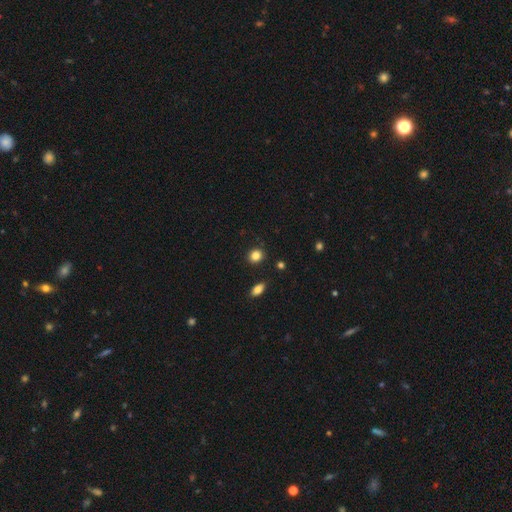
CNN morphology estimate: Q: Smooth or featured?
A: smooth (85%); runner-up: star or artifact (11%)
Q: How rounded?
A: round (77%); runner-up: in between (22%)
Q: Merging?
A: none (89%); runner-up: minor disturbance (7%)